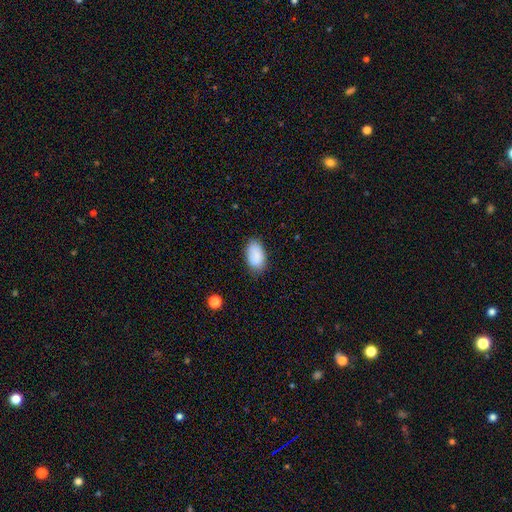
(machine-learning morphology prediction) Q: Smooth or featured?
A: smooth (88%); runner-up: star or artifact (7%)
Q: How rounded?
A: in between (93%); runner-up: round (5%)
Q: Merging?
A: none (80%); runner-up: minor disturbance (16%)